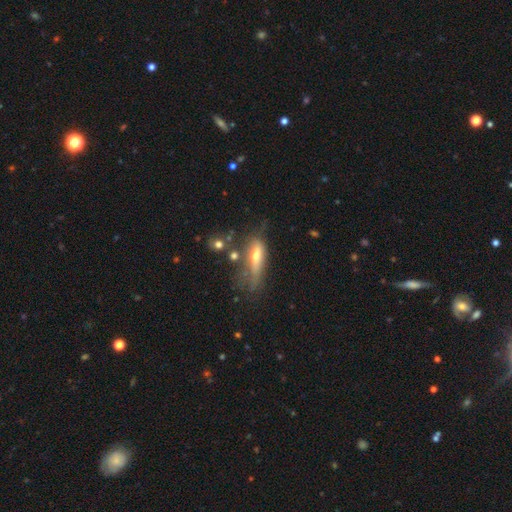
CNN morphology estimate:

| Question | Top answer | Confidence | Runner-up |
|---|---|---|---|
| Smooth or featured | smooth | 50% | featured or disk (41%) |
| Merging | major disturbance | 32% | none (31%) |